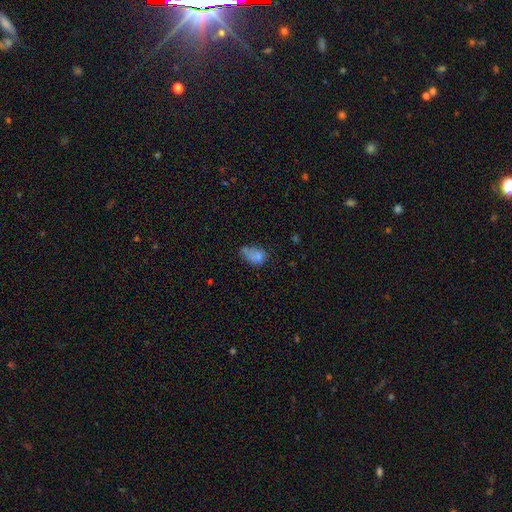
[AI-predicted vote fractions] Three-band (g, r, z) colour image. It shows a smooth galaxy with no disk features (70%) that is in between round and cigar-shaped (80%). Merging: none (32%).